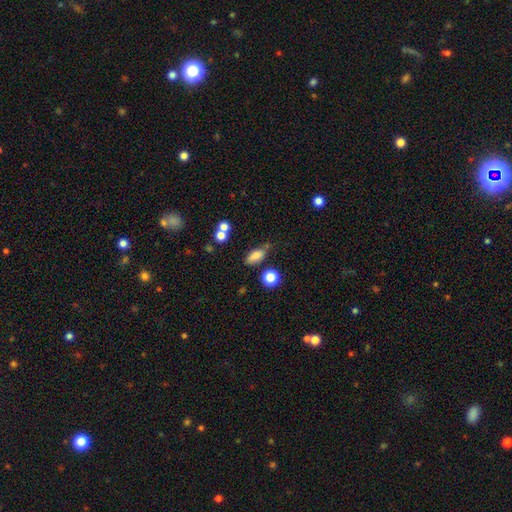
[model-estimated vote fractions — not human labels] smooth 80%, star or artifact 11%, featured or disk 9%. Down the decision tree: how rounded — in between (77%); merging — none (64%).